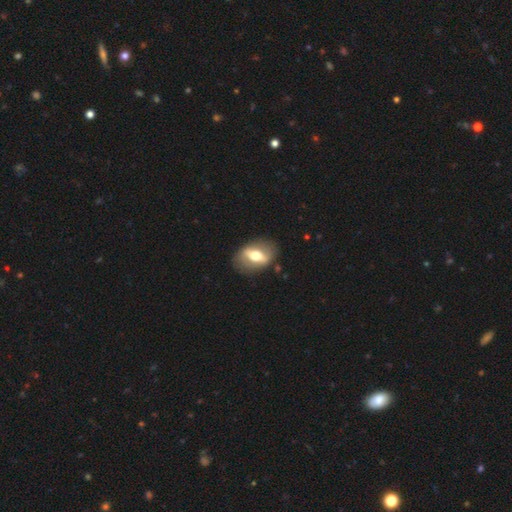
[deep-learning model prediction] The model was most divided on "smooth or featured": featured or disk: 57%, smooth: 36%, star or artifact: 7%. More confident: merging — none (81%); edge-on disk — no (72%).